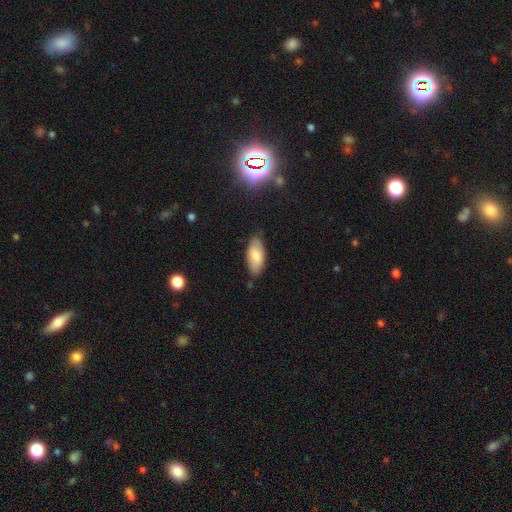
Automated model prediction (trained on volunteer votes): Morphology: type=smooth (78%); roundness=in between (89%); merging=none (74%).